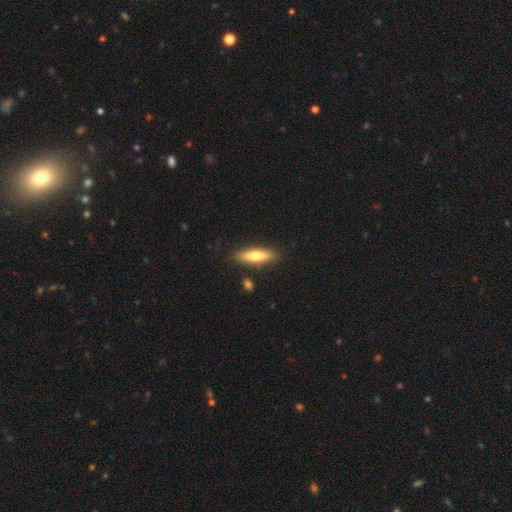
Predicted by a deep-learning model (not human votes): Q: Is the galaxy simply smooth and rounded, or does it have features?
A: smooth — 65%.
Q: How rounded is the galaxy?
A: cigar-shaped — 70%.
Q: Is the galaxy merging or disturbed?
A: none — 86%.